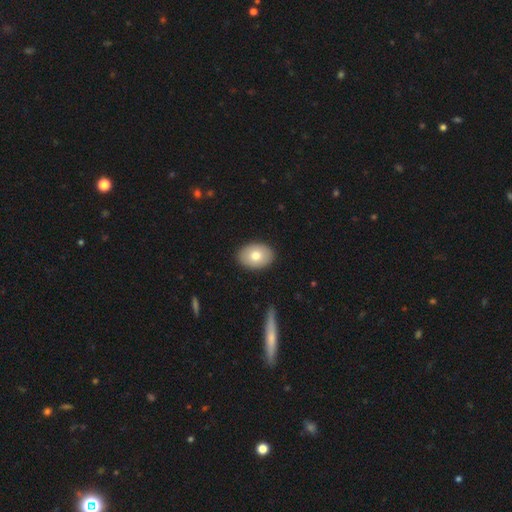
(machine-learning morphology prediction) Q: Smooth or featured?
A: smooth (76%); runner-up: featured or disk (17%)
Q: How rounded?
A: in between (80%); runner-up: round (19%)
Q: Merging?
A: none (90%); runner-up: minor disturbance (7%)